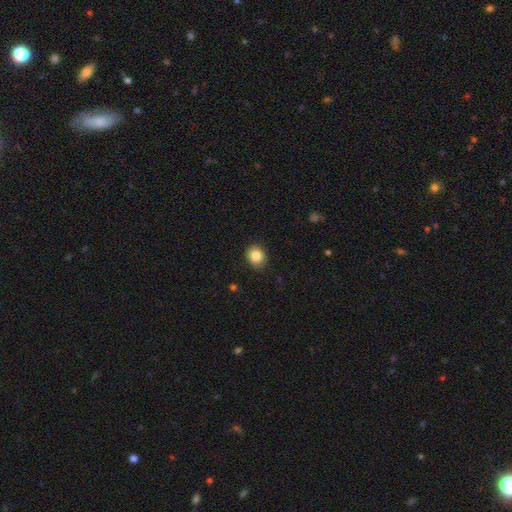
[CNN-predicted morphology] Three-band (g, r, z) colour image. It shows a smooth galaxy with no disk features (85%) that is round (67%). Merging: none (89%).